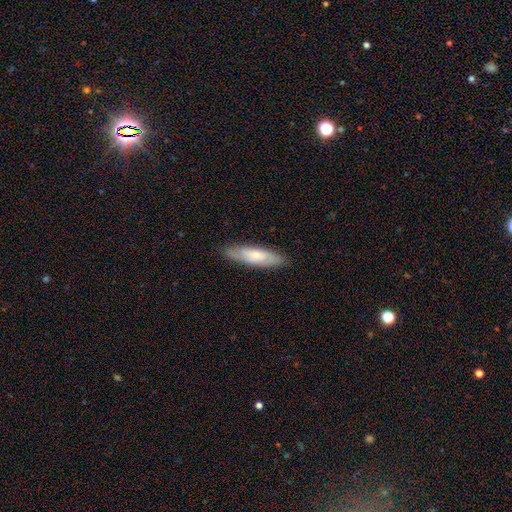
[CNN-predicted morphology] smooth_or_featured: smooth (p=0.61) [alt: featured or disk p=0.33]
how_rounded: cigar-shaped (p=0.62) [alt: in between p=0.36]
merging: none (p=0.85) [alt: minor disturbance p=0.12]